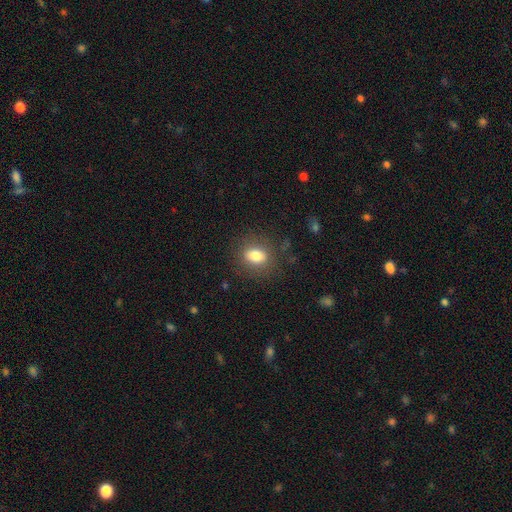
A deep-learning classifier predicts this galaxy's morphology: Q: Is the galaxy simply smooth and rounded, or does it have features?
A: smooth — 80%.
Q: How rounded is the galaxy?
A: in between — 60%.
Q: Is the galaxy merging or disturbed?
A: none — 82%.